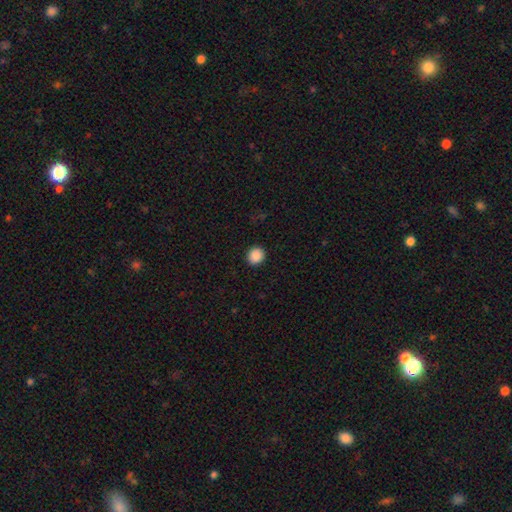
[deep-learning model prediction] Smooth or featured? smooth (89%)
How rounded? round (86%)
Merging? none (92%)